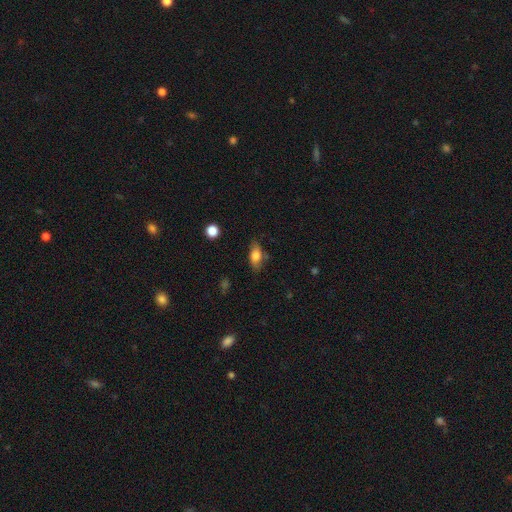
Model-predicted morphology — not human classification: The model was most divided on "merging": none: 71%, minor disturbance: 21%, major disturbance: 5%, merger: 3%. More confident: how rounded — in between (83%); smooth or featured — smooth (75%).